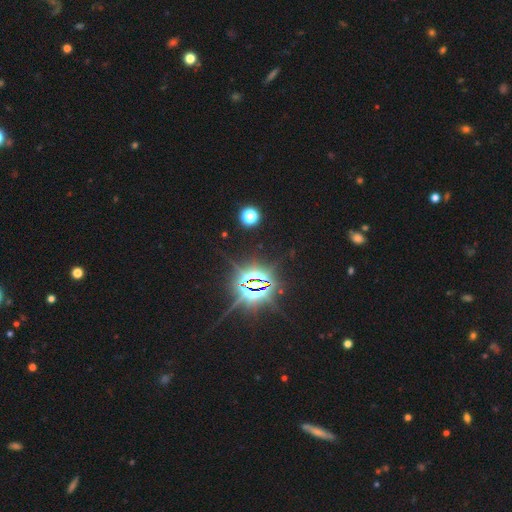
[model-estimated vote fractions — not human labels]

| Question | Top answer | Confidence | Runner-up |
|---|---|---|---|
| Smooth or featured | star or artifact | 85% | smooth (9%) |